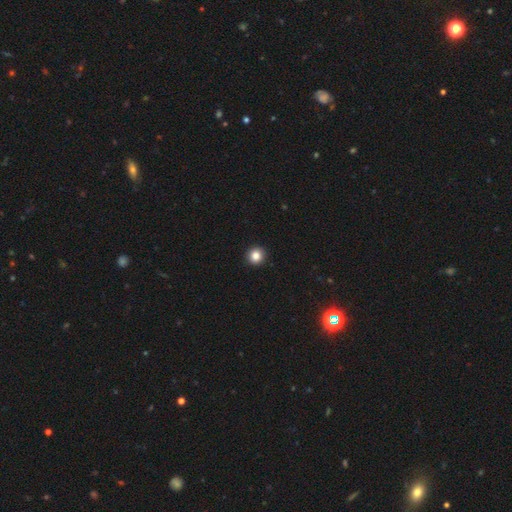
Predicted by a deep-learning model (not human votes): smooth_or_featured: smooth (p=0.85) [alt: star or artifact p=0.11]
how_rounded: round (p=0.94) [alt: in between p=0.05]
merging: none (p=0.94) [alt: minor disturbance p=0.04]